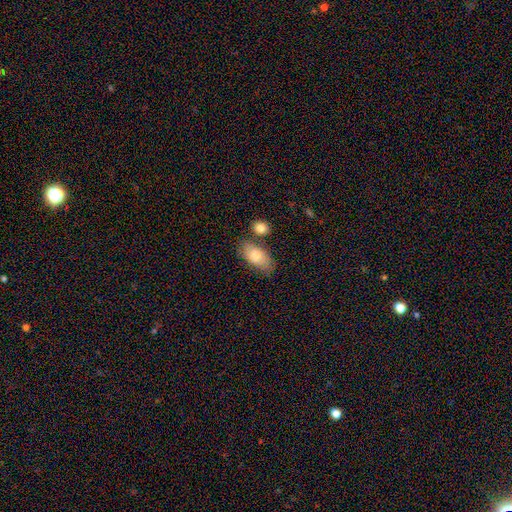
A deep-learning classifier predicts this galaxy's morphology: Q: Smooth or featured?
A: smooth (75%); runner-up: featured or disk (18%)
Q: How rounded?
A: in between (91%); runner-up: round (5%)
Q: Merging?
A: none (68%); runner-up: minor disturbance (15%)